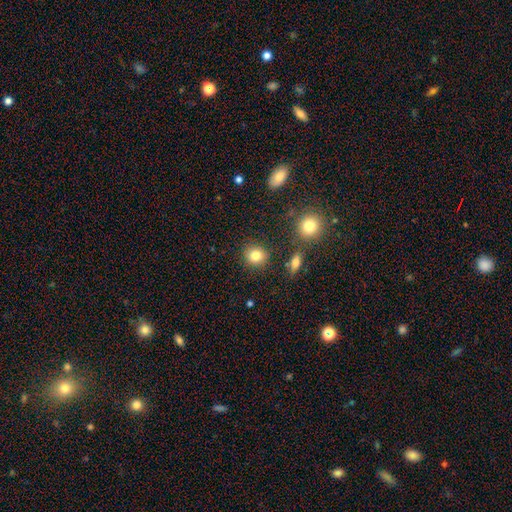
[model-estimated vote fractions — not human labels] The model was most divided on "how rounded": round: 83%, in between: 16%, cigar-shaped: 1%. More confident: merging — none (86%); smooth or featured — smooth (83%).